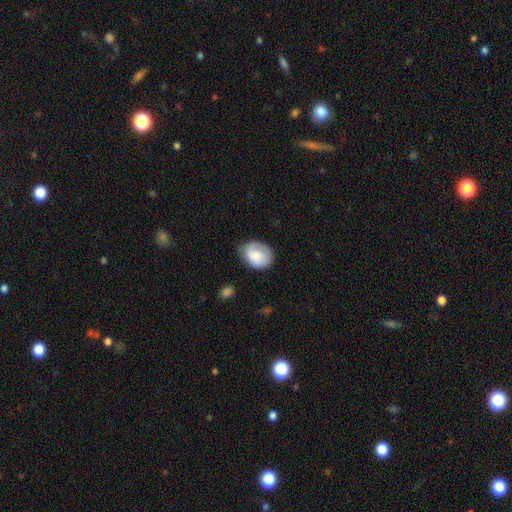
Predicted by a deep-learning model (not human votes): Morphology: type=smooth (76%); roundness=in between (65%); merging=none (62%).